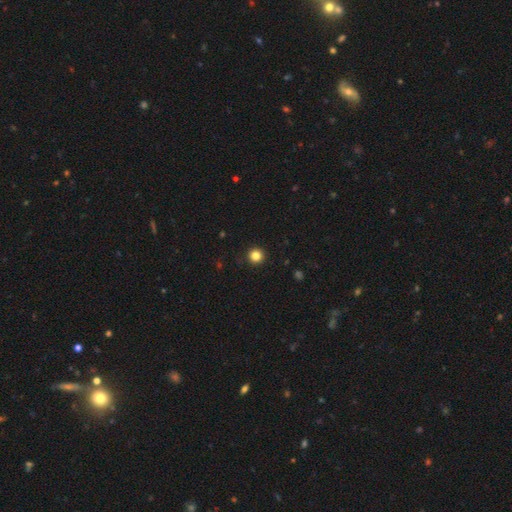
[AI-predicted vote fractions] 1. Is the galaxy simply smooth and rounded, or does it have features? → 83% smooth, 12% star or artifact, 4% featured or disk.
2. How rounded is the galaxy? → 96% round, 3% in between, 1% cigar-shaped.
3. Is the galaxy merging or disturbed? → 93% none, 4% minor disturbance, 1% major disturbance, 1% merger.